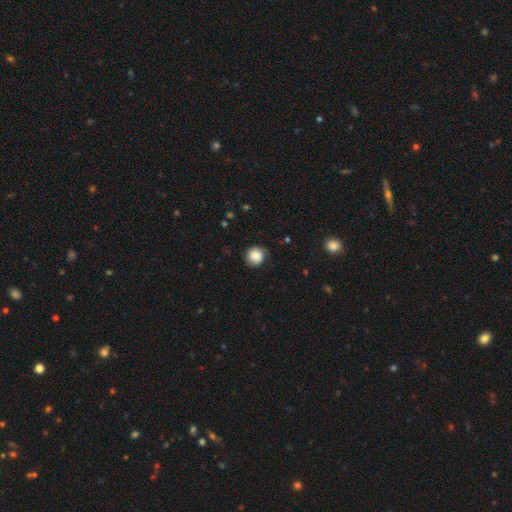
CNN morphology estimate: This appears to be a smooth galaxy with no disk features (83%) that is round (92%). Merging: none (77%).